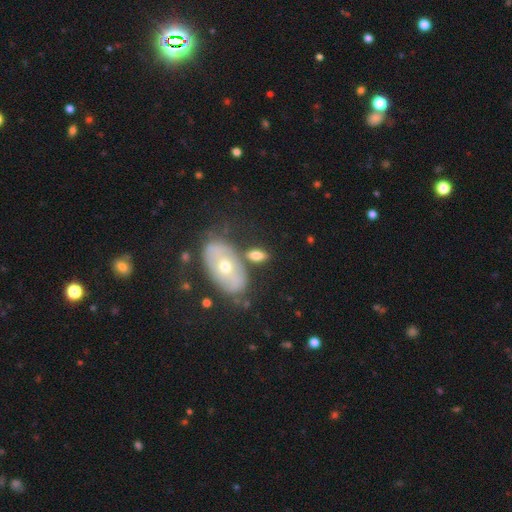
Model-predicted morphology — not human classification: A smooth galaxy with no disk features (50%) that is in between round and cigar-shaped (80%). Merging: none (64%).